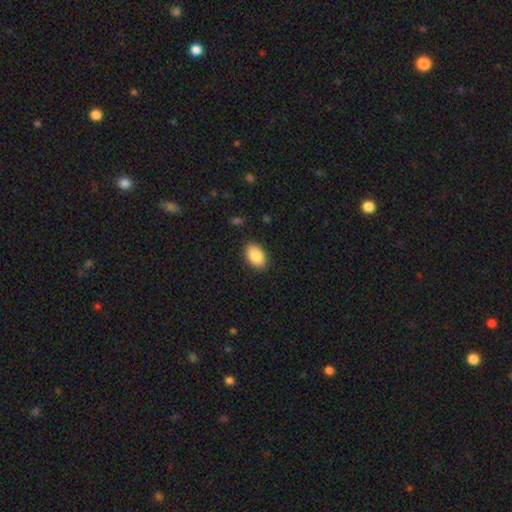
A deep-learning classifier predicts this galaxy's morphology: Smooth or featured: smooth — 88% (star or artifact — 7%)
How rounded: in between — 91% (round — 7%)
Merging: none — 88% (minor disturbance — 9%)